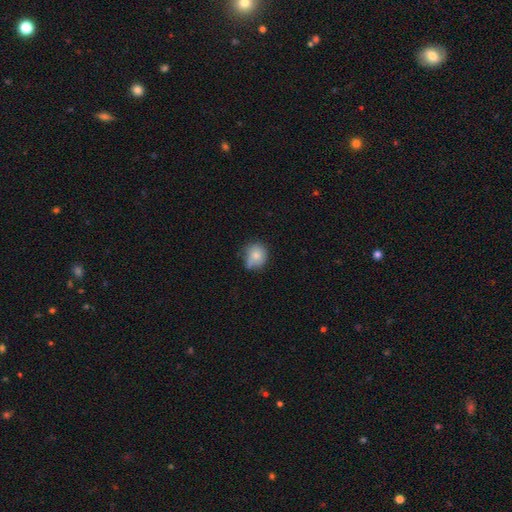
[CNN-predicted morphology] Smooth or featured?
  - smooth: 77% *
  - featured or disk: 14%
  - star or artifact: 9%
How rounded?
  - round: 76% *
  - in between: 23%
  - cigar-shaped: 1%
Merging?
  - none: 54% *
  - minor disturbance: 32%
  - major disturbance: 8%
  - merger: 6%